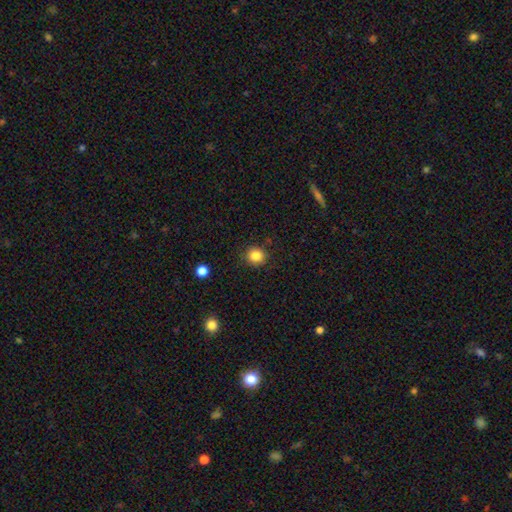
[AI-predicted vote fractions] Smooth or featured: smooth — 85% (star or artifact — 11%)
How rounded: round — 89% (in between — 10%)
Merging: none — 88% (minor disturbance — 8%)